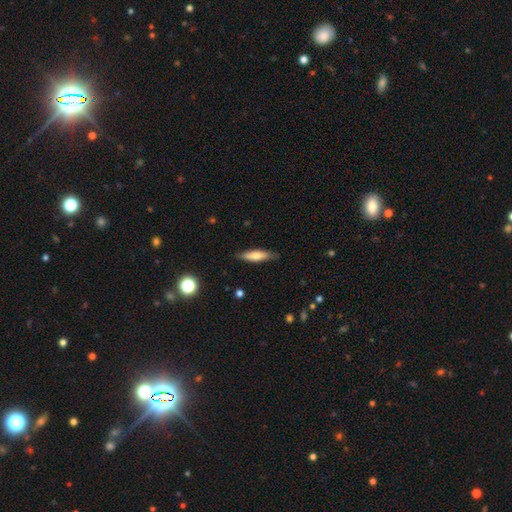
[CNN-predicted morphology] smooth_or_featured: smooth (p=0.68) [alt: featured or disk p=0.25]
how_rounded: cigar-shaped (p=0.72) [alt: in between p=0.27]
merging: none (p=0.83) [alt: minor disturbance p=0.13]